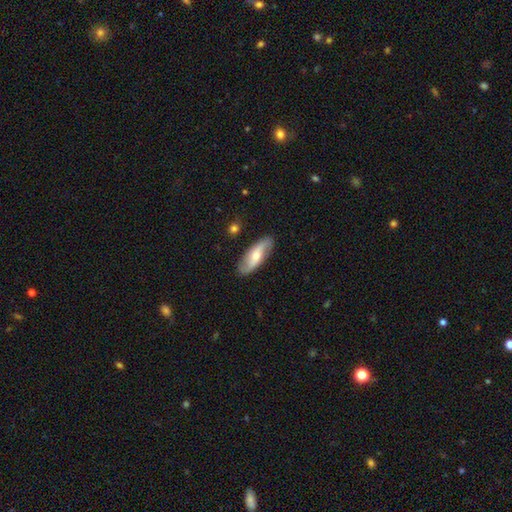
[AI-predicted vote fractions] This is possibly a featured or disk galaxy (56%). It is clearly not viewed edge-on (81%). Merging: clearly none (86%).